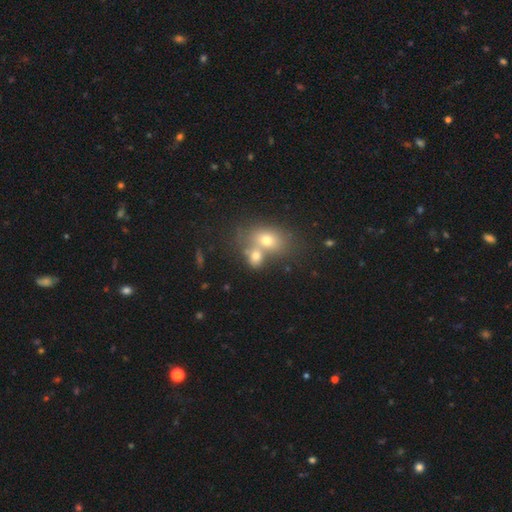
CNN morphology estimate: A smooth galaxy with no disk features (69%) that is in between round and cigar-shaped (60%).

Vote fractions:
- Smooth or featured? smooth: 69% / featured or disk: 18% / star or artifact: 13%
- How rounded? in between: 60% / round: 38% / cigar-shaped: 2%
- Merging? merger: 59% / none: 29% / minor disturbance: 8% / major disturbance: 4%